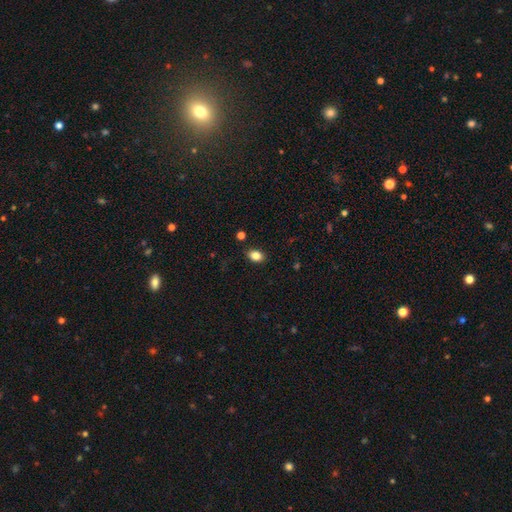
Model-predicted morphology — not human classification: type=smooth (84%); roundness=in between (75%); merging=none (87%).